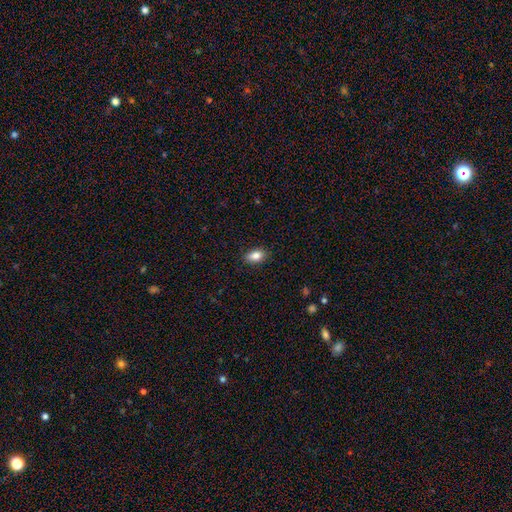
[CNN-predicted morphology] Smooth or featured? Predicted: smooth (p=0.86). How rounded? Predicted: in between (p=0.89). Merging? Predicted: none (p=0.87).